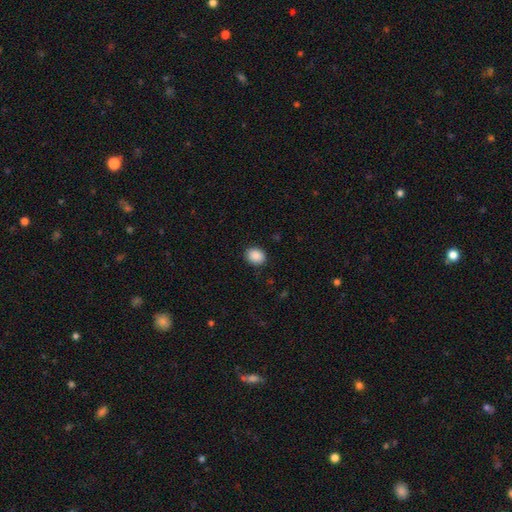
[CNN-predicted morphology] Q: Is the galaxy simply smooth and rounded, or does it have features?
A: smooth — 89%.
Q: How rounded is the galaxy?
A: round — 55%.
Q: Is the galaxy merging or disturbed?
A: none — 89%.